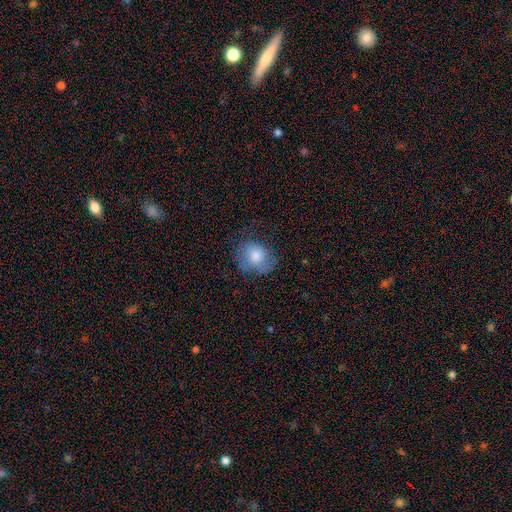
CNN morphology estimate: Q: Smooth or featured?
A: smooth (66%); runner-up: featured or disk (25%)
Q: How rounded?
A: round (61%); runner-up: in between (38%)
Q: Merging?
A: none (59%); runner-up: minor disturbance (26%)